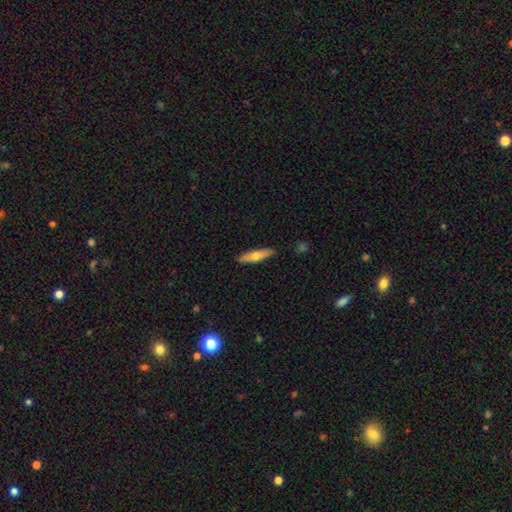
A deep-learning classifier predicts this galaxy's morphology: smooth-or-featured: smooth: 59% | featured or disk: 36% | star or artifact: 6%
  how-rounded: cigar-shaped: 73% | in between: 25% | round: 2%
  merging: none: 88% | minor disturbance: 9% | major disturbance: 2% | merger: 1%